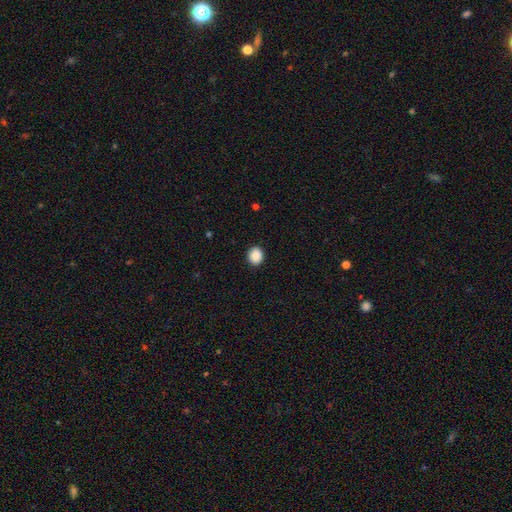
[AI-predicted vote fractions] Overall: smooth (89%). How rounded: round (68%; in between 31%). Merging: none (91%).